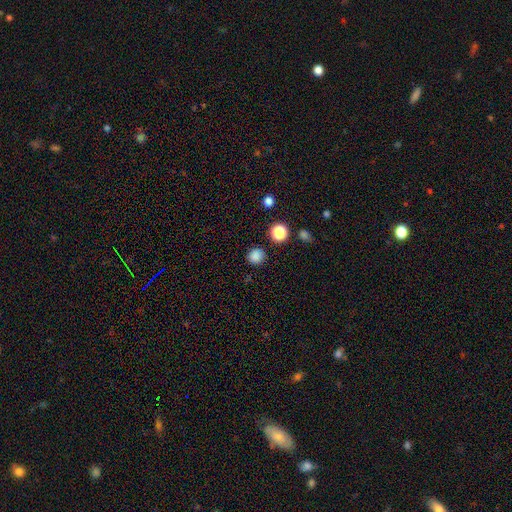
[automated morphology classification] Smooth or featured?
  - smooth: 83% *
  - star or artifact: 13%
  - featured or disk: 4%
How rounded?
  - round: 88% *
  - in between: 11%
  - cigar-shaped: 1%
Merging?
  - none: 86% *
  - minor disturbance: 9%
  - major disturbance: 3%
  - merger: 2%